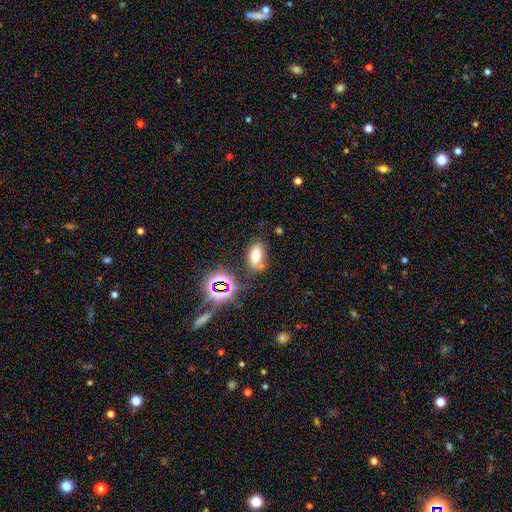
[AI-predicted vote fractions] smooth_or_featured: smooth (p=0.66) [alt: star or artifact p=0.21]
how_rounded: in between (p=0.88) [alt: round p=0.09]
merging: none (p=0.70) [alt: minor disturbance p=0.17]